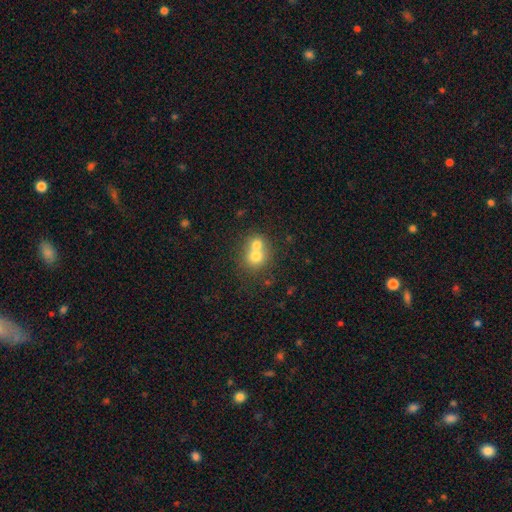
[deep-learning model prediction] A smooth galaxy with no disk features (70%) that is round (78%).

Vote fractions:
- Smooth or featured? smooth: 70% / featured or disk: 19% / star or artifact: 11%
- How rounded? round: 78% / in between: 21% / cigar-shaped: 1%
- Merging? merger: 64% / none: 29% / minor disturbance: 5% / major disturbance: 2%